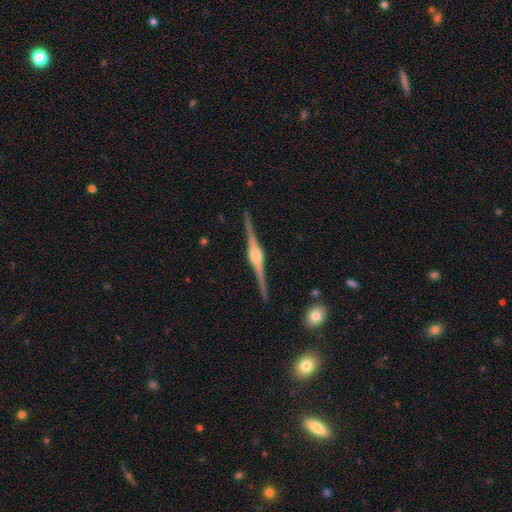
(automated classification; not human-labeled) Overall: featured or disk (90%). Edge-on disk: yes (99%). Edge-on bulge: rounded (83%). Merging: none (90%).